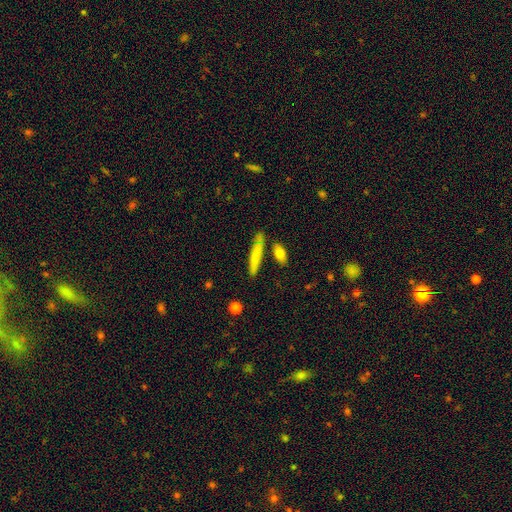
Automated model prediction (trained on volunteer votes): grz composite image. It shows a smooth galaxy with no disk features (73%) that is cigar-shaped (90%). Merging: none (76%).